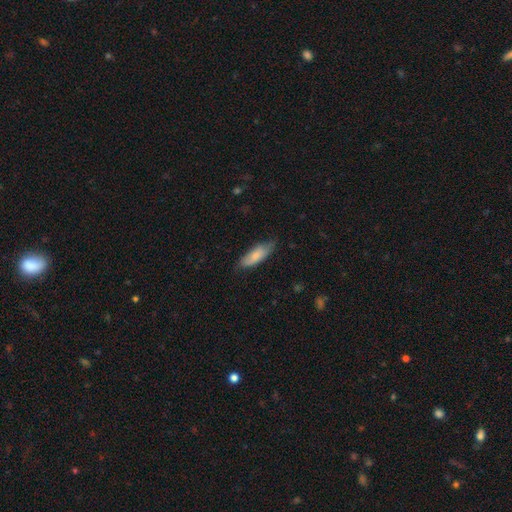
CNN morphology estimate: Overall: smooth (77%). How rounded: in between (63%; cigar-shaped 35%). Merging: none (70%).